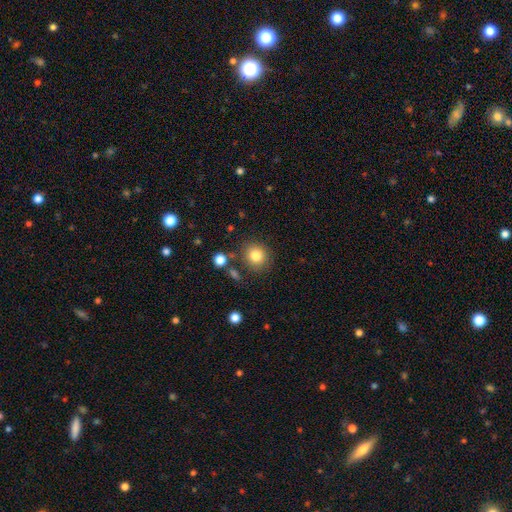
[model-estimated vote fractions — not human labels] Smooth or featured? Predicted: smooth (p=0.82). How rounded? Predicted: round (p=0.85). Merging? Predicted: none (p=0.82).